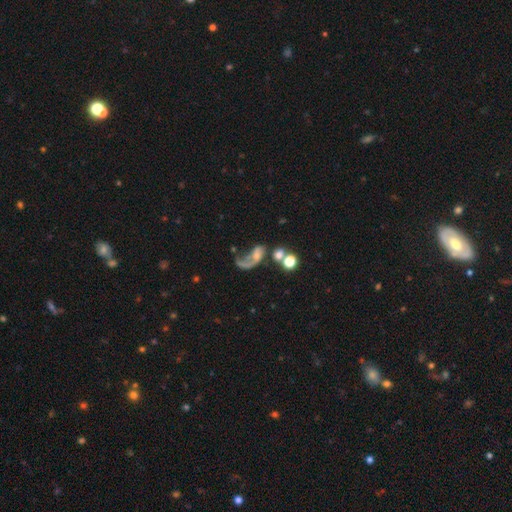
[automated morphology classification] A featured or disk galaxy (51%). Merging: major disturbance (44%).